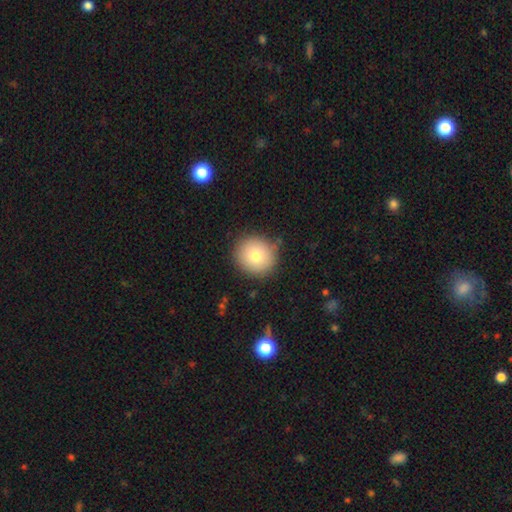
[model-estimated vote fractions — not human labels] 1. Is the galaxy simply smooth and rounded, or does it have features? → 77% smooth, 13% featured or disk, 10% star or artifact.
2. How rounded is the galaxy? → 90% round, 9% in between, 1% cigar-shaped.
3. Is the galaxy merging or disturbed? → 86% none, 9% minor disturbance, 3% major disturbance, 2% merger.